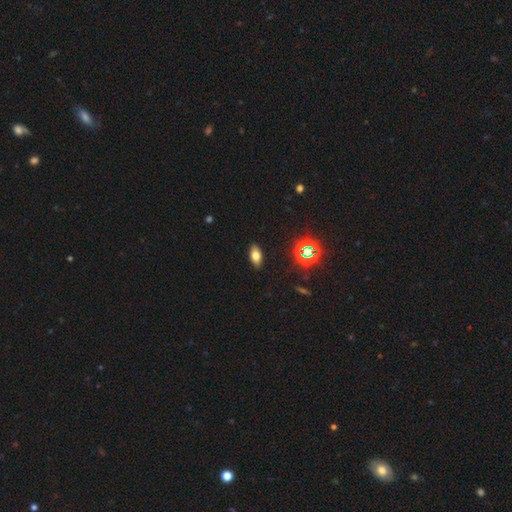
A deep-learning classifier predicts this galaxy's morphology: A smooth galaxy with no disk features (68%) that is in between round and cigar-shaped (86%). Merging: none (89%).